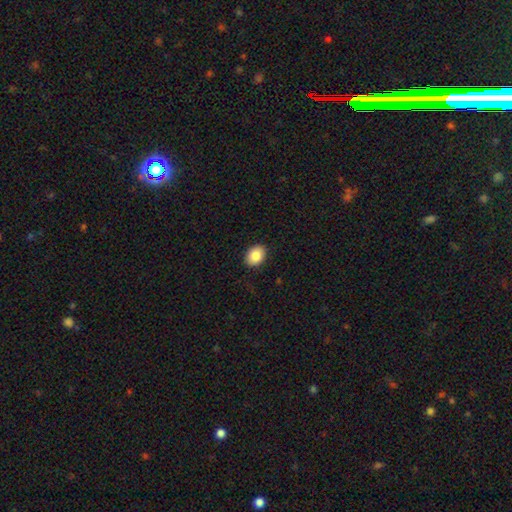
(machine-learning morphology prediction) Smooth or featured?
  - smooth: 85% *
  - star or artifact: 8%
  - featured or disk: 7%
How rounded?
  - in between: 66% *
  - round: 34%
  - cigar-shaped: 1%
Merging?
  - none: 90% *
  - minor disturbance: 7%
  - major disturbance: 2%
  - merger: 1%